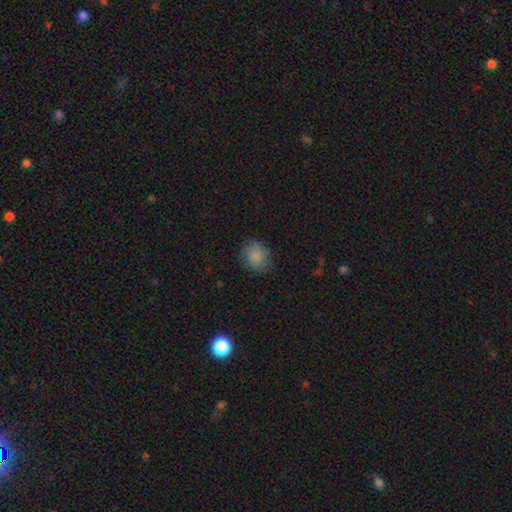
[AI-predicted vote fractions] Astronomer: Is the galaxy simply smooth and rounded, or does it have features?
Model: smooth — 82%.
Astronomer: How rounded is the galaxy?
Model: round — 69%.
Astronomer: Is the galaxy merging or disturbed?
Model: none — 75%.